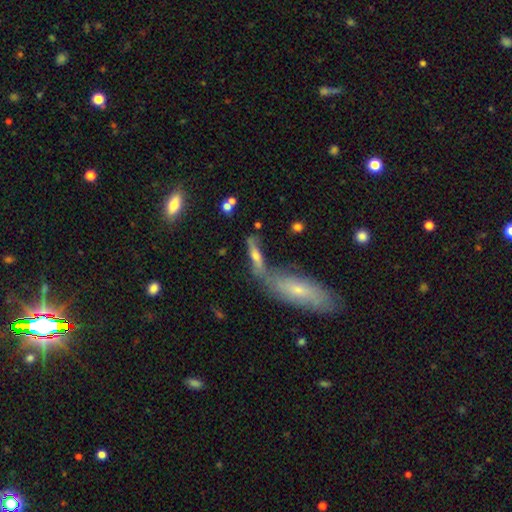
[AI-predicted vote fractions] Overall: smooth (47%; featured or disk 42%). Merging: none (42%; merger 39%).